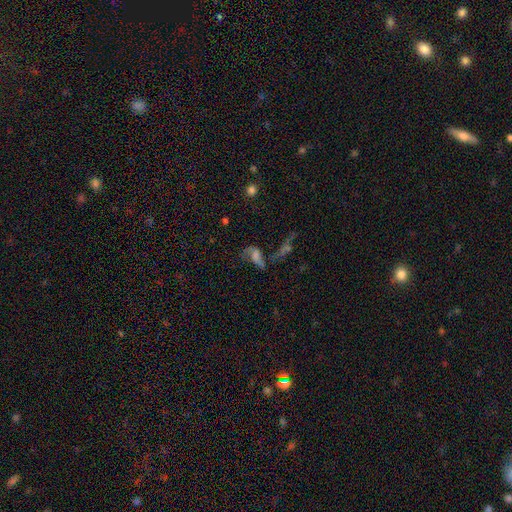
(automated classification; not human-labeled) Smooth or featured: featured or disk — 52% (smooth — 28%)
Edge-on disk: no — 92% (yes — 8%)
Merging: none — 32% (major disturbance — 28%)